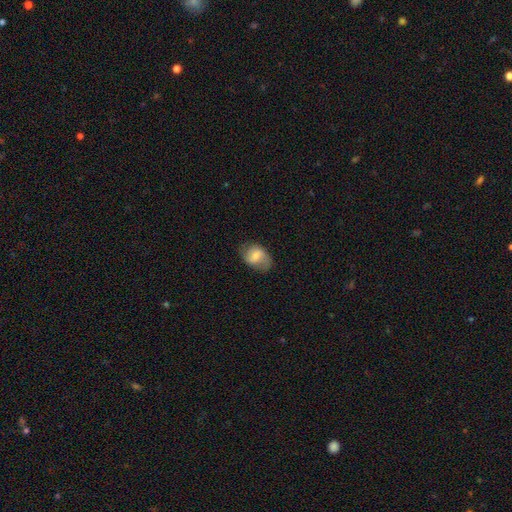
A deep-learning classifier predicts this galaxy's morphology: A smooth galaxy with no disk features (53%) that is in between round and cigar-shaped (73%). Merging: none (66%).